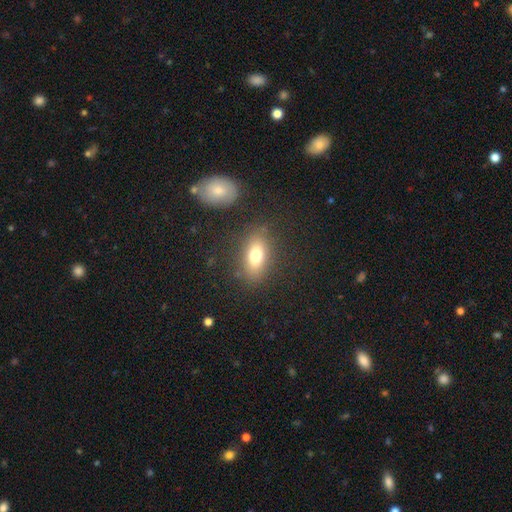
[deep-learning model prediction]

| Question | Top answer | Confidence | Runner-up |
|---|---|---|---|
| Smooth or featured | smooth | 75% | featured or disk (15%) |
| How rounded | in between | 83% | round (11%) |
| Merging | none | 81% | minor disturbance (11%) |